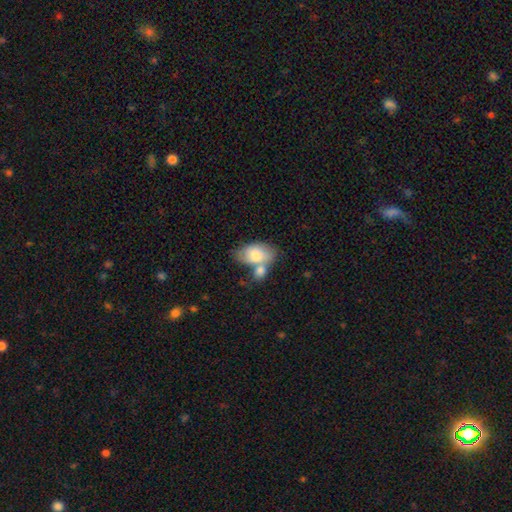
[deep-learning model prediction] smooth_or_featured: smooth (p=0.75) [alt: featured or disk p=0.19]
how_rounded: in between (p=0.91) [alt: round p=0.08]
merging: merger (p=0.48) [alt: none p=0.32]